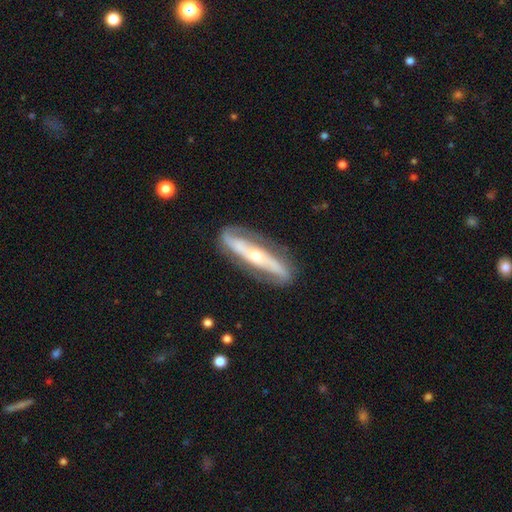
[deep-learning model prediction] Morphology: type=featured or disk (81%); edge-on=no (55%); merging=none (83%).